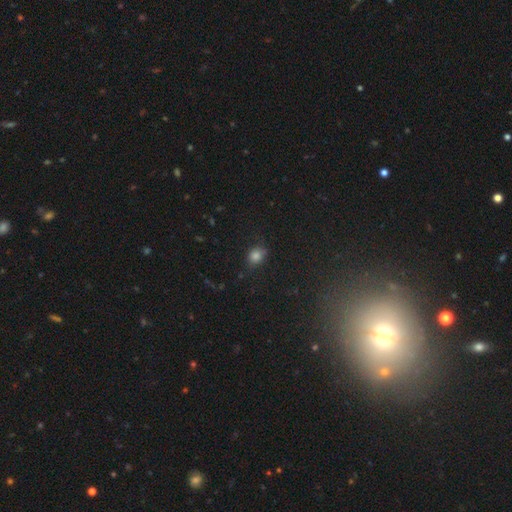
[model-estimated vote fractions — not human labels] smooth 79%, star or artifact 14%, featured or disk 6%. Down the decision tree: how rounded — round (53%); merging — none (72%).